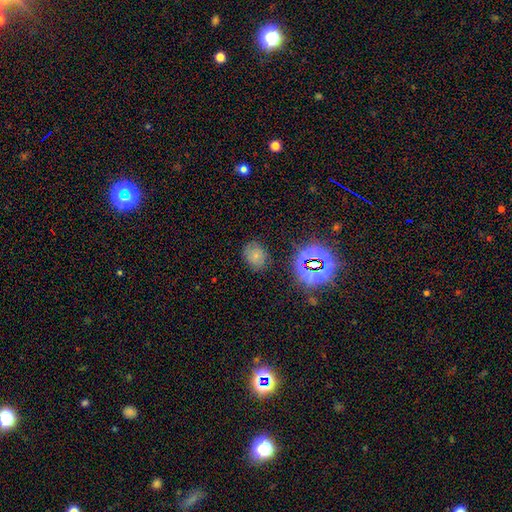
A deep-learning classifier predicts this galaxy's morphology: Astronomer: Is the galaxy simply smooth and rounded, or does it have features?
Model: smooth — 64%.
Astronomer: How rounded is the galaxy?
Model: in between — 50% (runner-up: round, 49%).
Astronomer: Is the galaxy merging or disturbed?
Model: none — 80%.